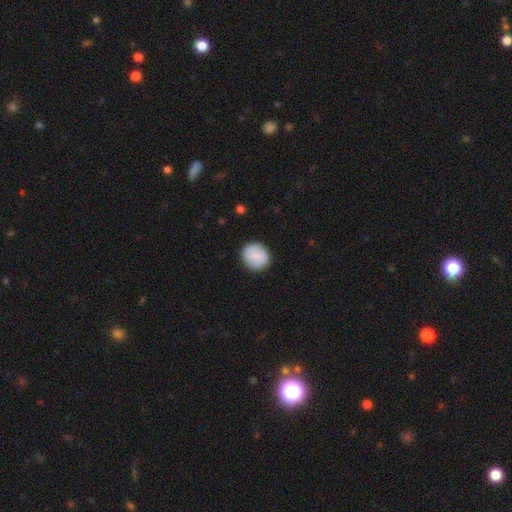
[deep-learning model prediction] Morphology: type=smooth (80%); roundness=round (88%); merging=none (88%).